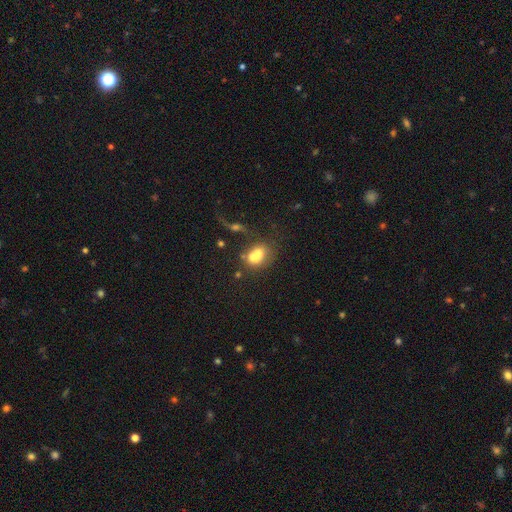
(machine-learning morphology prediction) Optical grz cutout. It shows a smooth galaxy with no disk features (67%) that is in between round and cigar-shaped (70%). Merging: merger (41%).